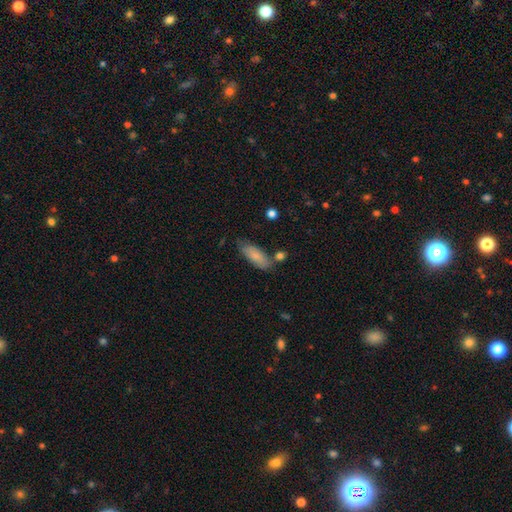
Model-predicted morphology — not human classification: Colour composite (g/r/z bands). It shows a smooth galaxy with no disk features (79%) that is in between round and cigar-shaped (73%). Merging: none (66%).